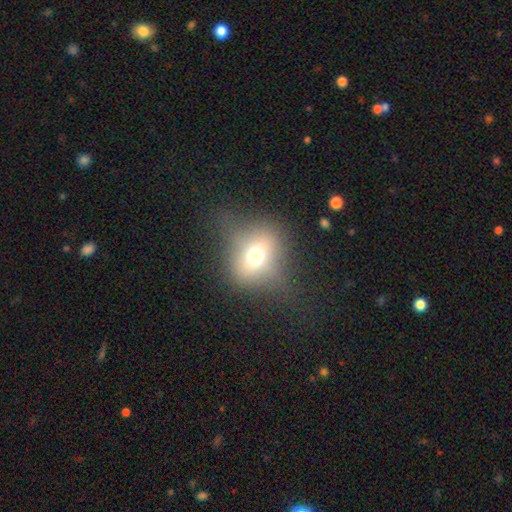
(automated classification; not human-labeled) Smooth or featured?
  - smooth: 64% *
  - featured or disk: 20%
  - star or artifact: 16%
How rounded?
  - round: 69% *
  - in between: 29%
  - cigar-shaped: 2%
Merging?
  - none: 64% *
  - minor disturbance: 20%
  - major disturbance: 15%
  - merger: 2%